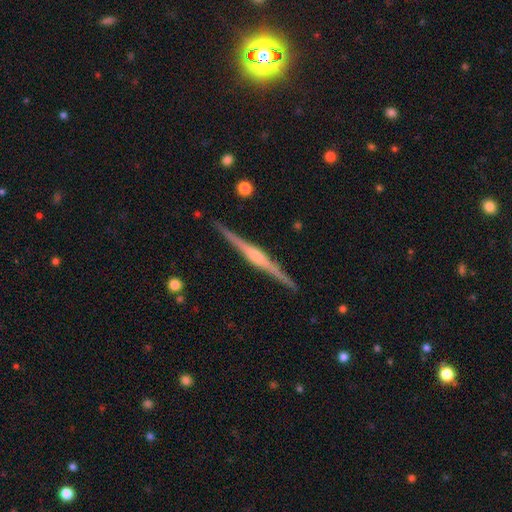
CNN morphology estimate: featured or disk 83%, smooth 12%, star or artifact 5%. Down the decision tree: edge-on disk — yes (99%); edge-on bulge — rounded (59%); merging — none (91%).